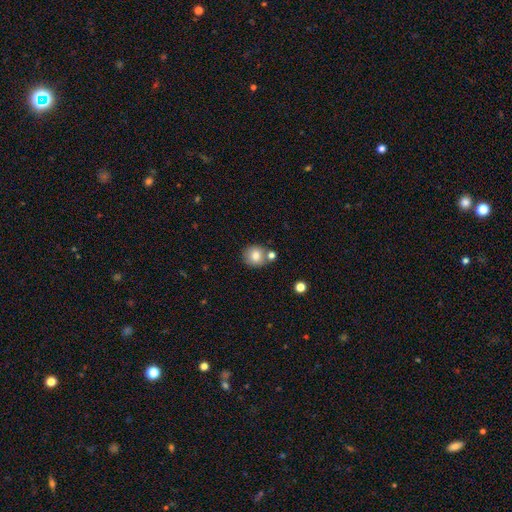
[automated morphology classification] Smooth or featured: smooth — 79% (featured or disk — 11%)
How rounded: round — 86% (in between — 13%)
Merging: none — 68% (merger — 18%)